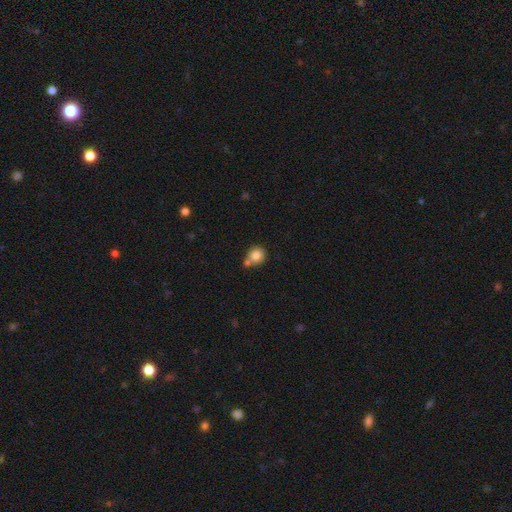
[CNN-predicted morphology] smooth-or-featured: smooth: 83% | star or artifact: 9% | featured or disk: 8%
  how-rounded: round: 87% | in between: 12% | cigar-shaped: 1%
  merging: none: 56% | merger: 29% | minor disturbance: 12% | major disturbance: 3%